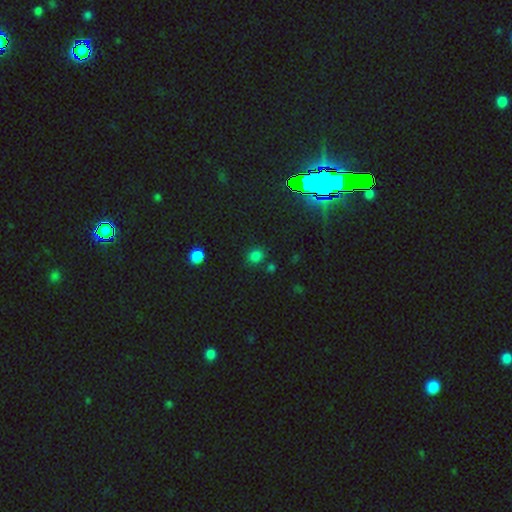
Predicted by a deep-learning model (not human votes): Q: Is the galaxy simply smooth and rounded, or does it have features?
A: smooth — 74%.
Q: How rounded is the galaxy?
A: round — 66%.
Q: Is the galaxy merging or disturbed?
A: none — 79%.